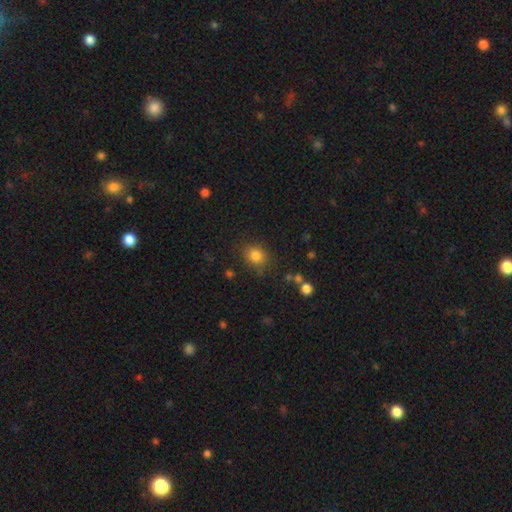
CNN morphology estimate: smooth-or-featured: smooth: 82% | star or artifact: 12% | featured or disk: 6%
  how-rounded: round: 61% | in between: 38% | cigar-shaped: 1%
  merging: none: 79% | minor disturbance: 14% | major disturbance: 4% | merger: 3%